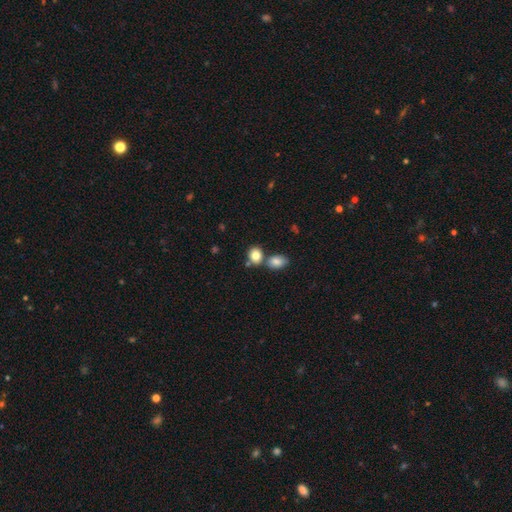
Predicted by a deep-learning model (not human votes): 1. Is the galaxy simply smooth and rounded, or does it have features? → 83% smooth, 9% star or artifact, 8% featured or disk.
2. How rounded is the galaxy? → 49% round (tied), 49% in between (tied), 1% cigar-shaped.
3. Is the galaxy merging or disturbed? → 53% none, 33% merger, 11% minor disturbance, 3% major disturbance.